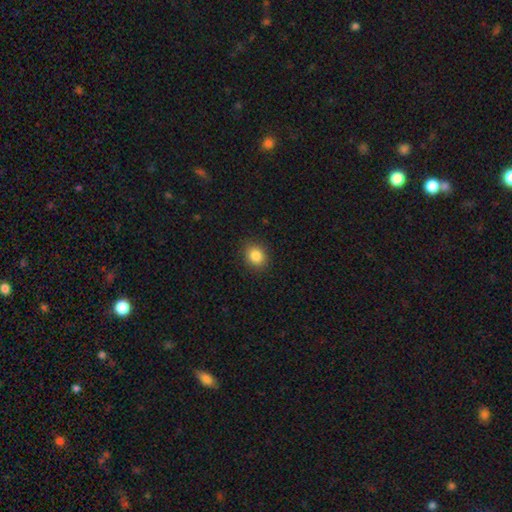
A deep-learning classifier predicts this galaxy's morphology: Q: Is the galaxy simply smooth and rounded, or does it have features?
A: smooth — 86%.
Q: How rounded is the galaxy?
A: round — 63%.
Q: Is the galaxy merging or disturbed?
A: none — 89%.